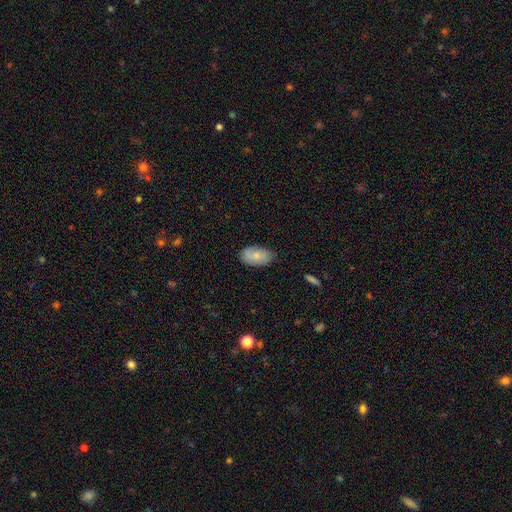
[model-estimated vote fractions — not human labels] This appears to be a smooth galaxy with no disk features (76%) that is in between round and cigar-shaped (94%). Merging: none (76%).